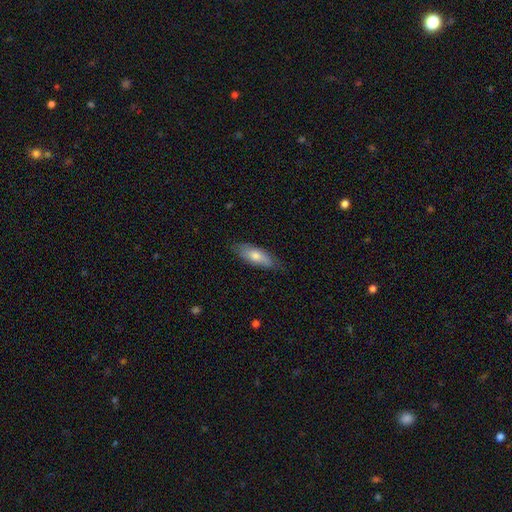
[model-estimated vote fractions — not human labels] smooth 70%, featured or disk 24%, star or artifact 6%. Down the decision tree: how rounded — in between (65%); merging — none (80%).